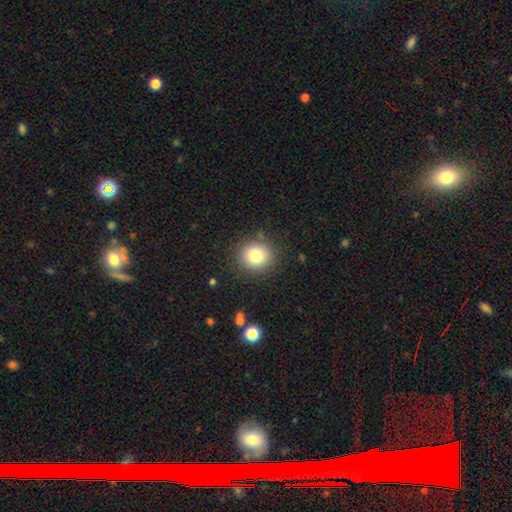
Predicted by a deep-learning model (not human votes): This appears to be a smooth galaxy with no disk features (81%) that is round (83%). Merging: none (87%).